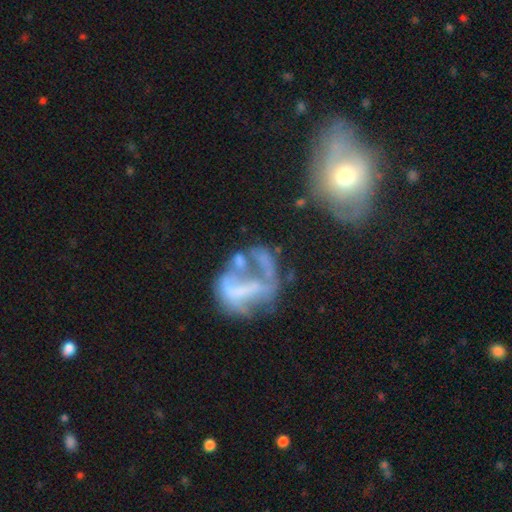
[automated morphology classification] Q: Smooth or featured?
A: featured or disk (60%); runner-up: smooth (24%)
Q: Edge-on disk?
A: no (96%); runner-up: yes (4%)
Q: Bar?
A: no (68%); runner-up: weak (17%)
Q: Spiral arms?
A: no (78%); runner-up: yes (22%)
Q: Bulge size?
A: none (67%); runner-up: small (15%)
Q: Merging?
A: major disturbance (36%); runner-up: none (28%)